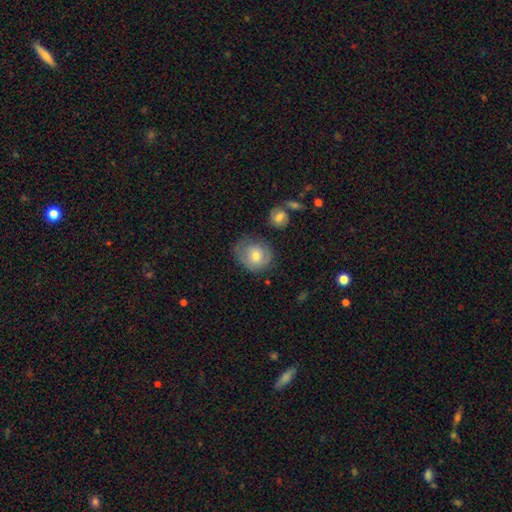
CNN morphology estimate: This appears to be a smooth galaxy with no disk features (63%) that is round (69%). Merging: none (58%).